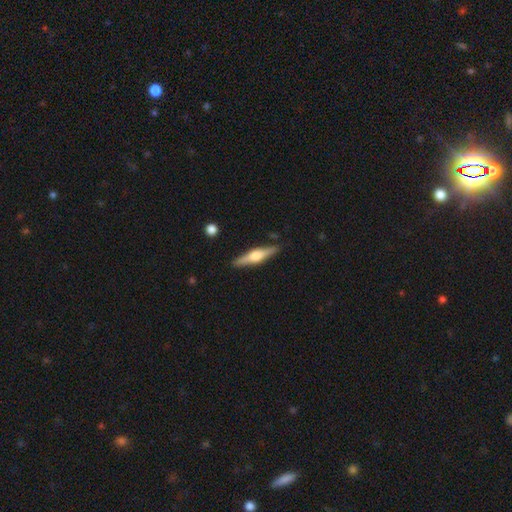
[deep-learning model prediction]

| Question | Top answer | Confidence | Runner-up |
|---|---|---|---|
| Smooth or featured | featured or disk | 67% | smooth (27%) |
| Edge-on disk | yes | 97% | no (3%) |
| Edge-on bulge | rounded | 89% | boxy (8%) |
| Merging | none | 88% | minor disturbance (8%) |